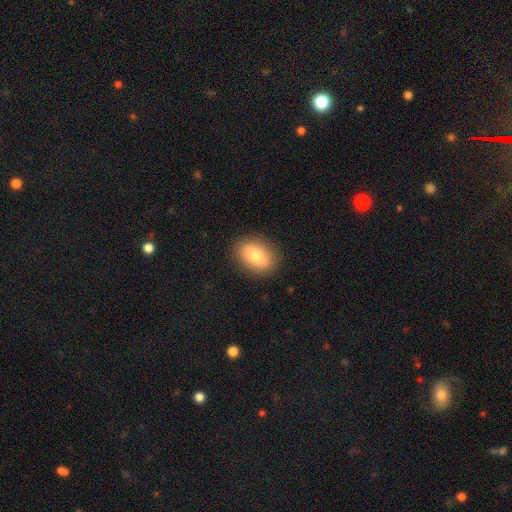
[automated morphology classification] This is likely a smooth galaxy (71%). How rounded: likely in between (69%). Merging: clearly none (87%).